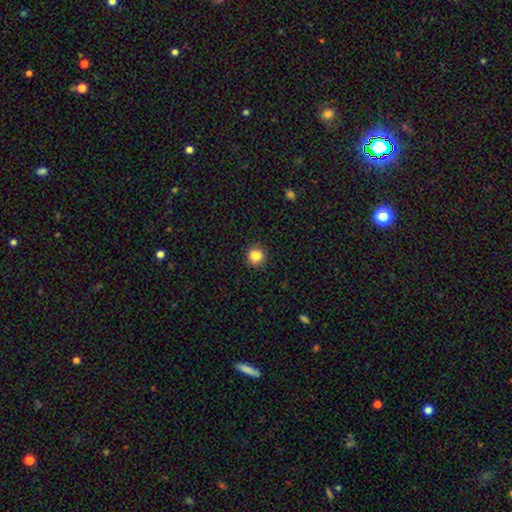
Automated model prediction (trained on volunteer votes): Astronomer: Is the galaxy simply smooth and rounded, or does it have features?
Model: smooth — 83%.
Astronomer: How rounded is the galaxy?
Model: round — 85%.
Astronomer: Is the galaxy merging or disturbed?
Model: none — 88%.